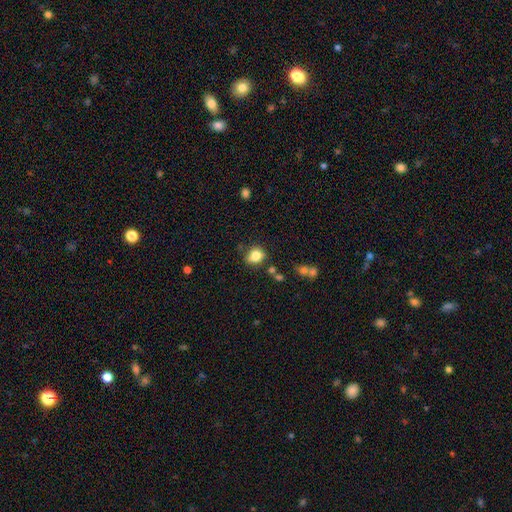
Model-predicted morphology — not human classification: Smooth or featured? smooth (83%)
How rounded? round (56%)
Merging? none (72%)